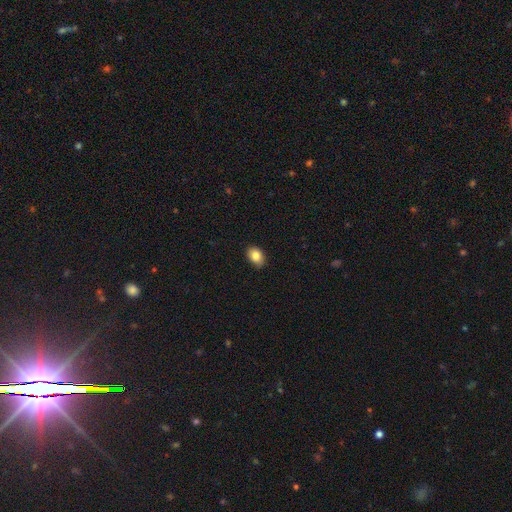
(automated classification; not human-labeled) A smooth galaxy with no disk features (85%) that is in between round and cigar-shaped (79%).

Vote fractions:
- Smooth or featured? smooth: 85% / star or artifact: 8% / featured or disk: 7%
- How rounded? in between: 79% / round: 20% / cigar-shaped: 1%
- Merging? none: 85% / minor disturbance: 12% / major disturbance: 2% / merger: 1%